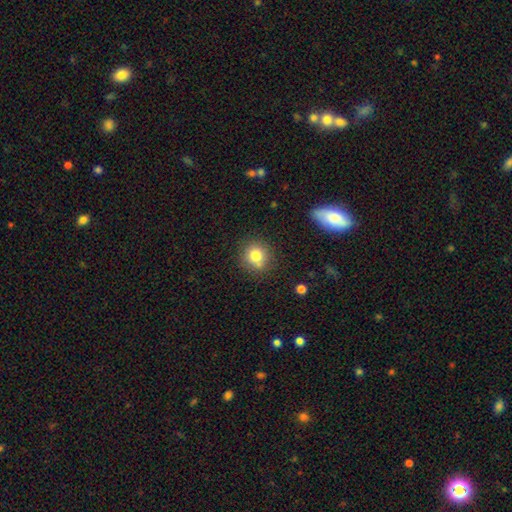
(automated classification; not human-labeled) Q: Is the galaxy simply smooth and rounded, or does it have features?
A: smooth — 79%.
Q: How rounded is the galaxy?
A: round — 88%.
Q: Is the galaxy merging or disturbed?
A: none — 76%.